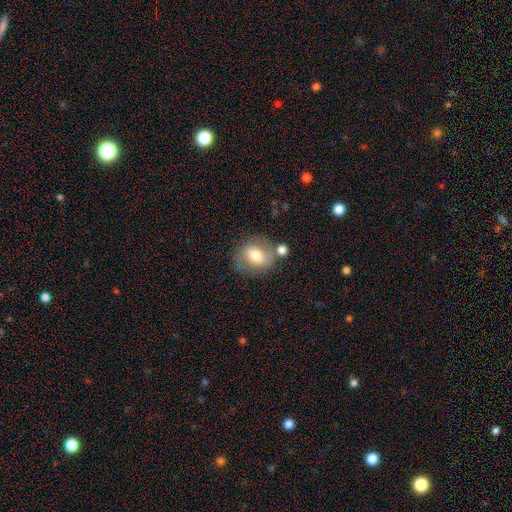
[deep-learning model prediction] Smooth or featured? Predicted: smooth (p=0.65). How rounded? Predicted: round (p=0.66). Merging? Predicted: none (p=0.65).